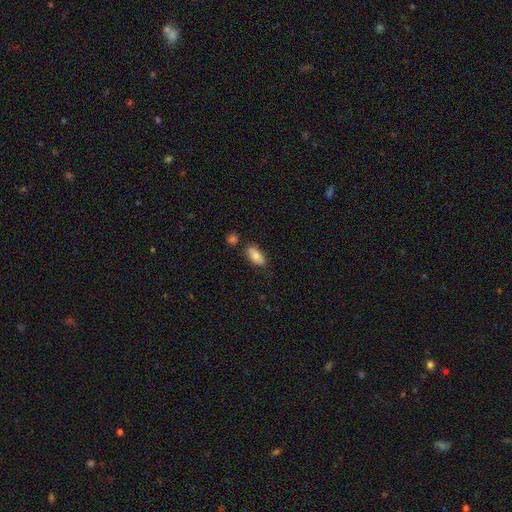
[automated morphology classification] A smooth galaxy with no disk features (82%) that is in between round and cigar-shaped (90%).

Vote fractions:
- Smooth or featured? smooth: 82% / featured or disk: 11% / star or artifact: 7%
- How rounded? in between: 90% / cigar-shaped: 7% / round: 3%
- Merging? none: 76% / minor disturbance: 15% / merger: 7% / major disturbance: 3%